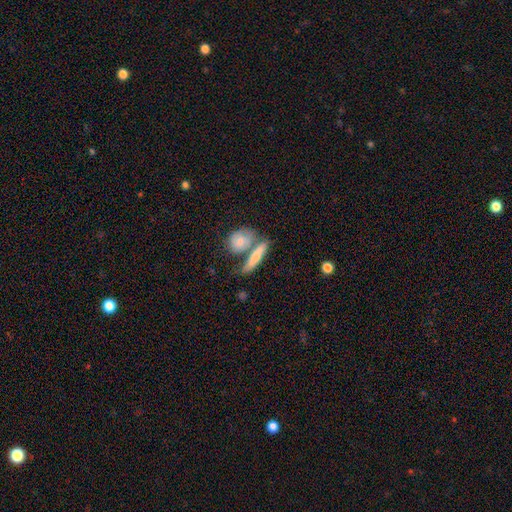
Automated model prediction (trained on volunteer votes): The model was most divided on "merging": none: 49%, merger: 34%, minor disturbance: 12%, major disturbance: 5%. More confident: smooth or featured — smooth (65%); how rounded — cigar-shaped (58%).